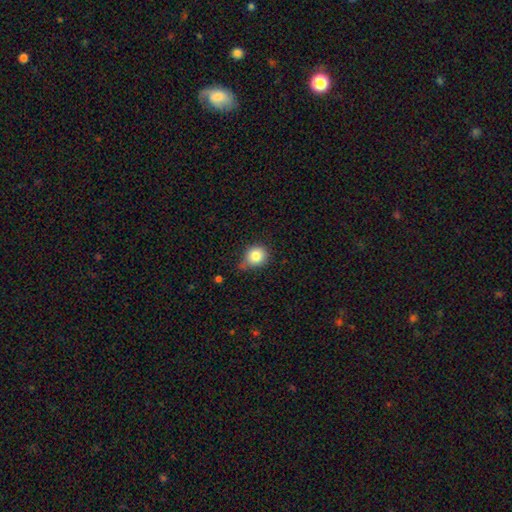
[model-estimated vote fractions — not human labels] Smooth or featured?
  - smooth: 82% *
  - star or artifact: 10%
  - featured or disk: 8%
How rounded?
  - round: 82% *
  - in between: 17%
  - cigar-shaped: 1%
Merging?
  - none: 54% *
  - minor disturbance: 33%
  - major disturbance: 7%
  - merger: 5%